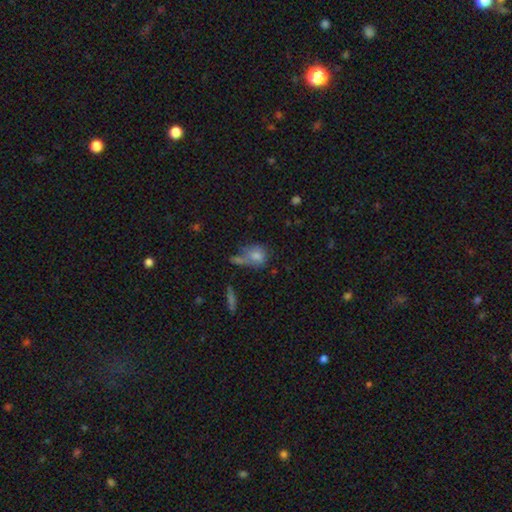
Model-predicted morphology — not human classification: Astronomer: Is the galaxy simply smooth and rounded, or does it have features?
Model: smooth — 75%.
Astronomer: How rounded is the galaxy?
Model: round — 49%, tied with in between at 49%.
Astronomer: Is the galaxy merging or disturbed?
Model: none — 37% (runner-up: merger, 28%).